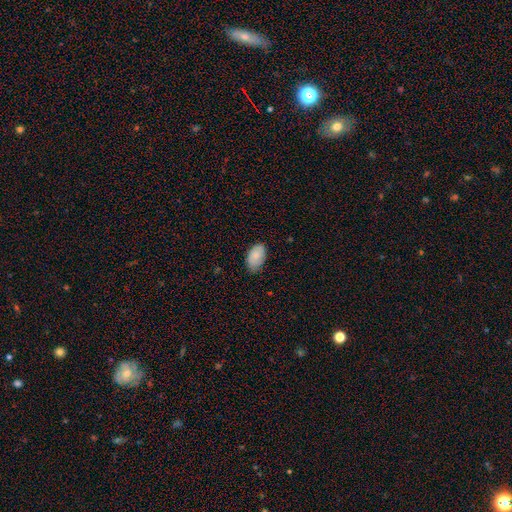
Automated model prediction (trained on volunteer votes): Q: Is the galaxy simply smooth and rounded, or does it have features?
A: smooth — 83%.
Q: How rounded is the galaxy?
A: in between — 94%.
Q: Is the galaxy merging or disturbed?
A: none — 74%.